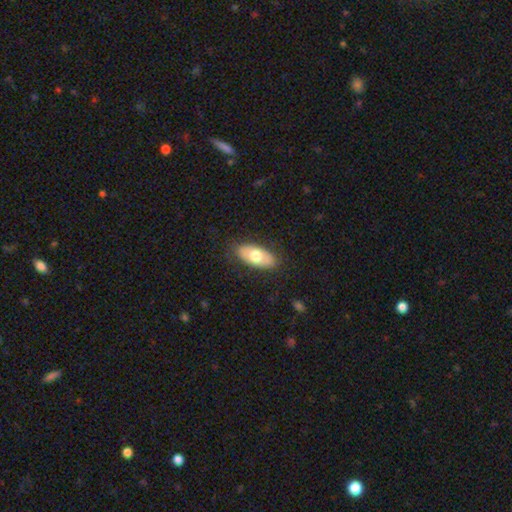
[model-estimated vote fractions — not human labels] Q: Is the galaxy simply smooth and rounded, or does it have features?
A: smooth — 67%.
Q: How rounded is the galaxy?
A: in between — 89%.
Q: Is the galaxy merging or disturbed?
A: none — 84%.